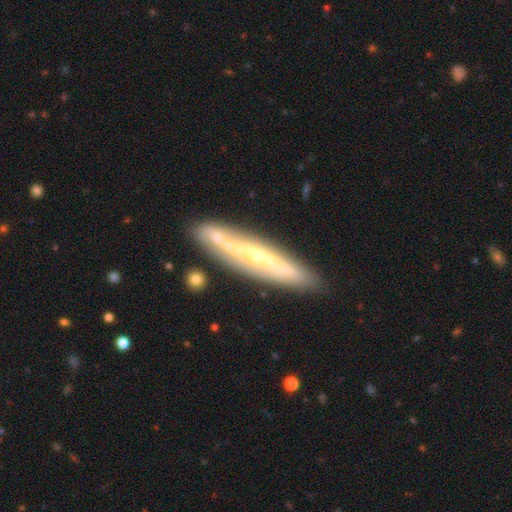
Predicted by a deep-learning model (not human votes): Overall: featured or disk (74%). Edge-on disk: yes (62%; no 38%). Merging: none (77%).